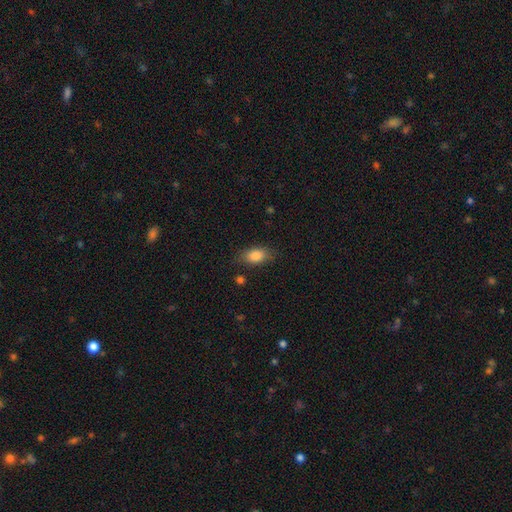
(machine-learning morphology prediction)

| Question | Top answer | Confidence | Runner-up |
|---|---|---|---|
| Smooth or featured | smooth | 84% | featured or disk (8%) |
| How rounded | in between | 85% | round (10%) |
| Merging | none | 79% | minor disturbance (16%) |